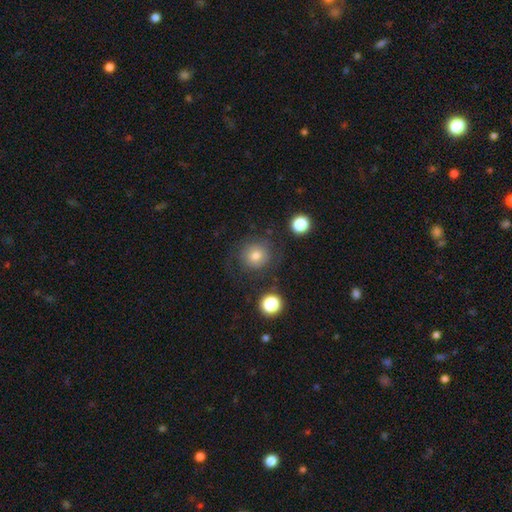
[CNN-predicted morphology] A smooth galaxy with no disk features (75%) that is round (92%).

Vote fractions:
- Smooth or featured? smooth: 75% / star or artifact: 13% / featured or disk: 12%
- How rounded? round: 92% / in between: 7% / cigar-shaped: 1%
- Merging? none: 77% / minor disturbance: 12% / major disturbance: 8% / merger: 3%